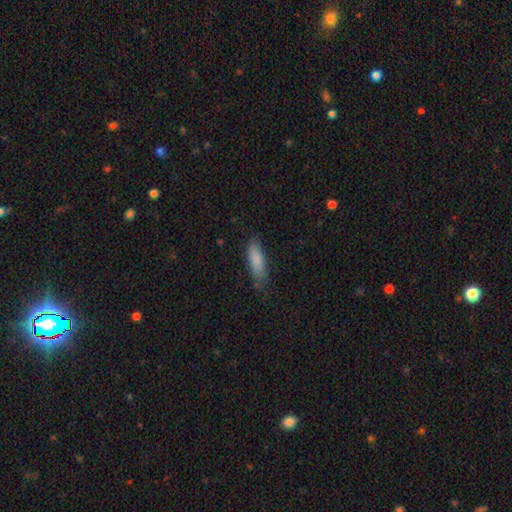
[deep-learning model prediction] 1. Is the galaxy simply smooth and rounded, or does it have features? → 81% smooth, 12% featured or disk, 7% star or artifact.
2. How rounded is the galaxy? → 61% cigar-shaped, 37% in between, 2% round.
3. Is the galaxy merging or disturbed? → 75% none, 20% minor disturbance, 4% major disturbance, 1% merger.